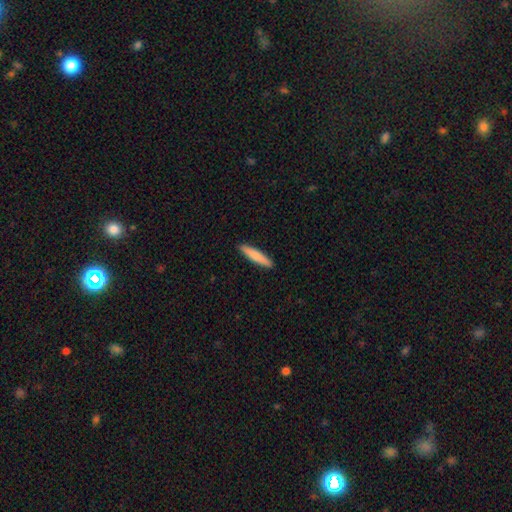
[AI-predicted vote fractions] smooth-or-featured: smooth: 78% | featured or disk: 17% | star or artifact: 5%
  how-rounded: cigar-shaped: 90% | in between: 9% | round: 1%
  merging: none: 92% | minor disturbance: 6% | major disturbance: 1% | merger: 1%